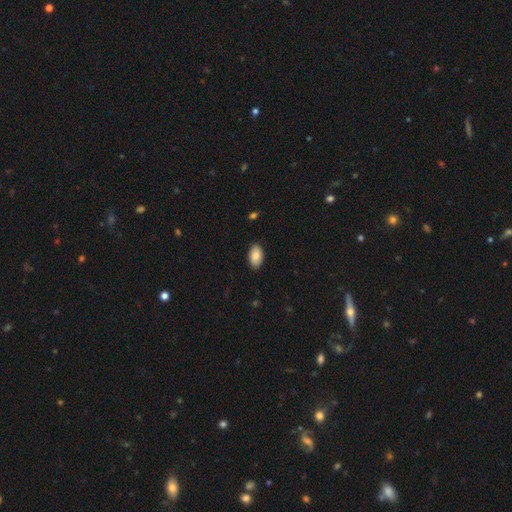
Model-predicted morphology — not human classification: This is clearly a smooth galaxy (86%). How rounded: clearly in between (94%). Merging: clearly none (88%).